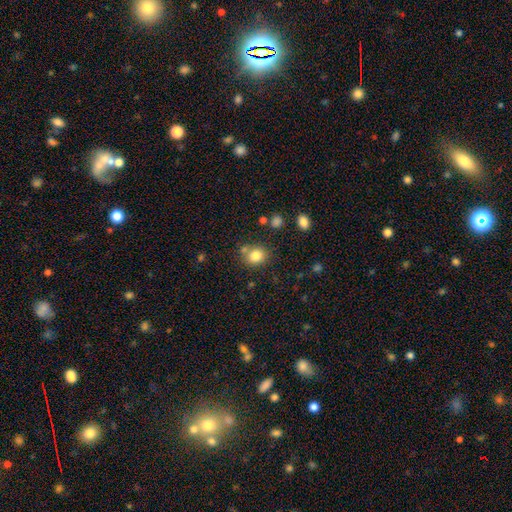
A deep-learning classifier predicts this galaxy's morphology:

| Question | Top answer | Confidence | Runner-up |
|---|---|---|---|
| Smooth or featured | smooth | 81% | star or artifact (12%) |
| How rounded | round | 74% | in between (25%) |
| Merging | none | 72% | merger (13%) |